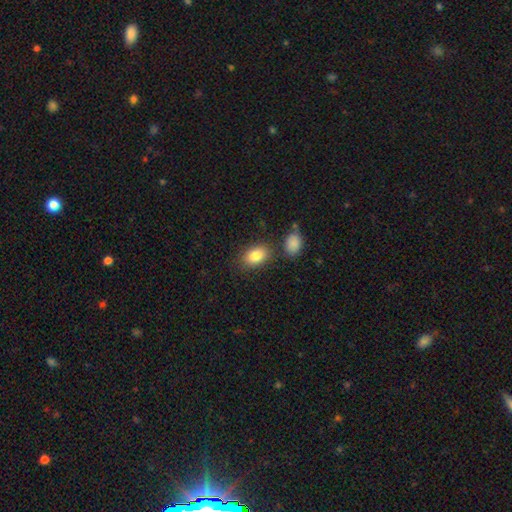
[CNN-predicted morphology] Smooth or featured?
  - smooth: 84% *
  - featured or disk: 8%
  - star or artifact: 8%
How rounded?
  - in between: 87% *
  - round: 12%
  - cigar-shaped: 2%
Merging?
  - none: 77% *
  - minor disturbance: 12%
  - merger: 8%
  - major disturbance: 4%